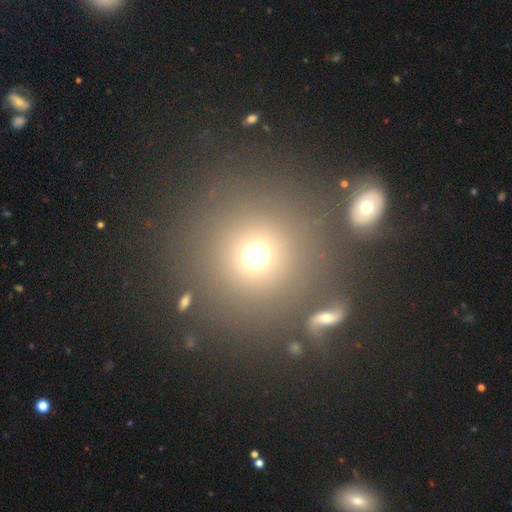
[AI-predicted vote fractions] Overall: smooth (70%). How rounded: round (92%). Merging: none (75%).